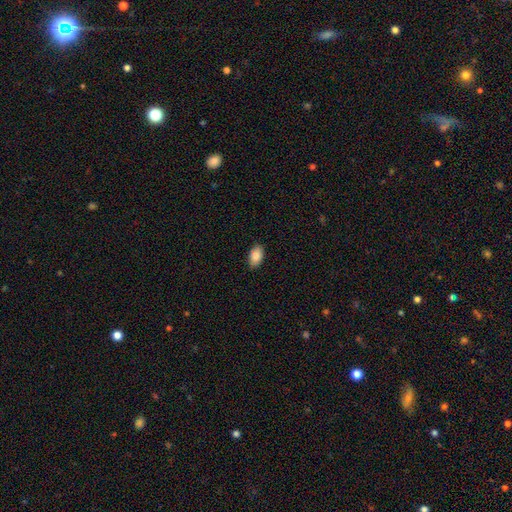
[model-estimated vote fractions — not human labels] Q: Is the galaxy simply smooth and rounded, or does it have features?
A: smooth — 85%.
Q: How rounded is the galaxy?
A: in between — 93%.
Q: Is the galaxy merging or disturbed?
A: none — 88%.